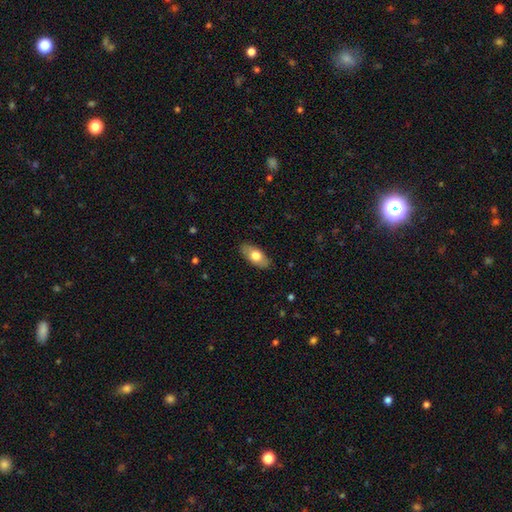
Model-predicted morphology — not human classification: A smooth galaxy with no disk features (71%) that is in between round and cigar-shaped (90%). Merging: none (85%).